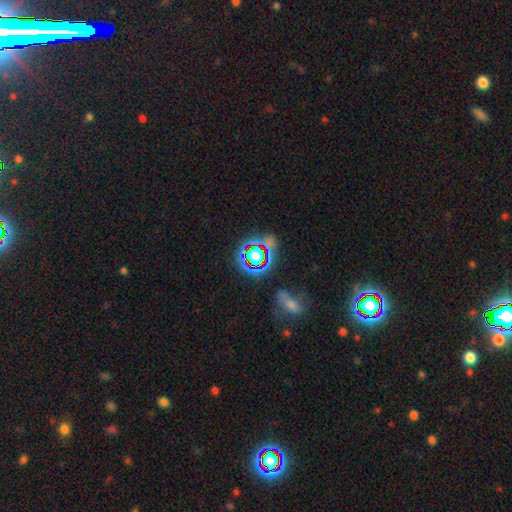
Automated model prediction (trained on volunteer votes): Overall: star or artifact (70%).